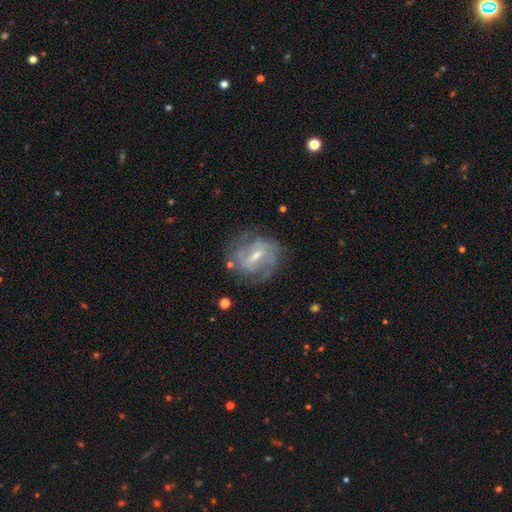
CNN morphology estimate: The model was most divided on "bar": weak: 44%, strong: 42%, no: 14%. Remaining: edge-on disk — no (94%); spiral arms — yes (80%); smooth or featured — featured or disk (75%); merging — none (69%); bulge size — small (49%); spiral arm count — 2 (48%); spiral winding — tight (47%).